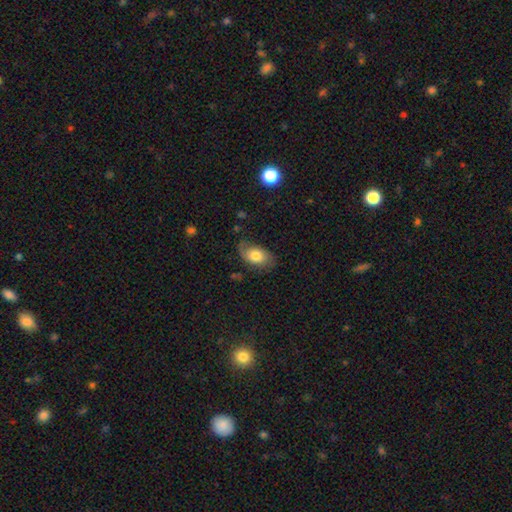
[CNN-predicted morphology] Overall: smooth (61%; featured or disk 31%). How rounded: in between (89%). Merging: none (65%).